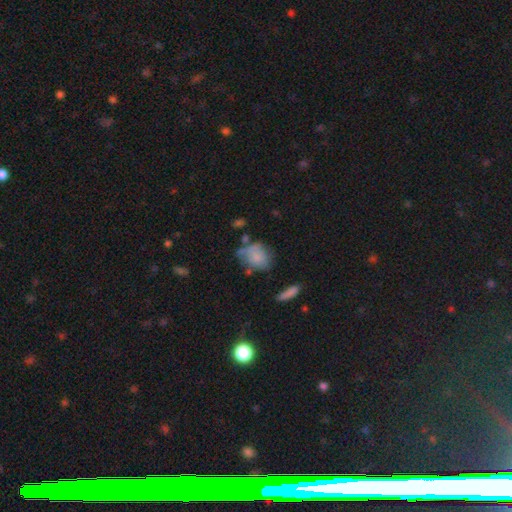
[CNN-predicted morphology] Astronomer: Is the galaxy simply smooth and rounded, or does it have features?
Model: smooth — 69%.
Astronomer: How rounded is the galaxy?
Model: in between — 53% (runner-up: round, 46%).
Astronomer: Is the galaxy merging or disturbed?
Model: none — 39% (runner-up: minor disturbance, 31%).